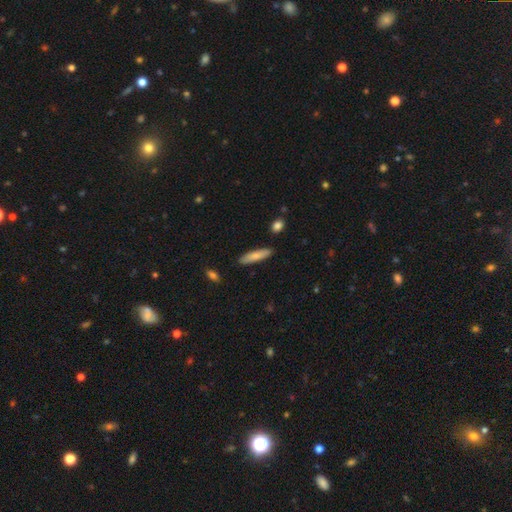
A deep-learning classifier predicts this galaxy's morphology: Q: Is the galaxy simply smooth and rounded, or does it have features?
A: smooth — 79%.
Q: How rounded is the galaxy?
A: cigar-shaped — 76%.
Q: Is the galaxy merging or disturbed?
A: none — 87%.